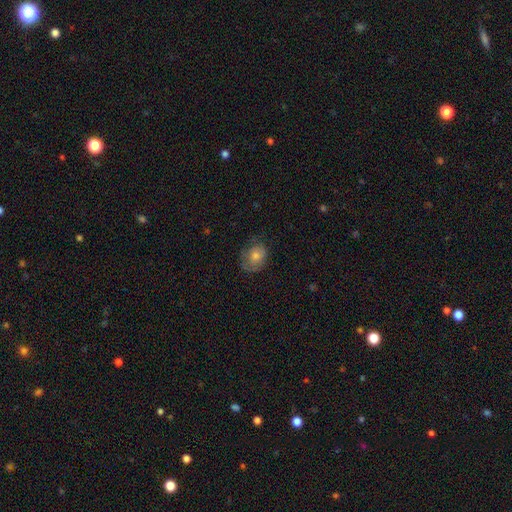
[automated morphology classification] Smooth or featured? smooth (57%)
How rounded? in between (52%)
Merging? none (67%)